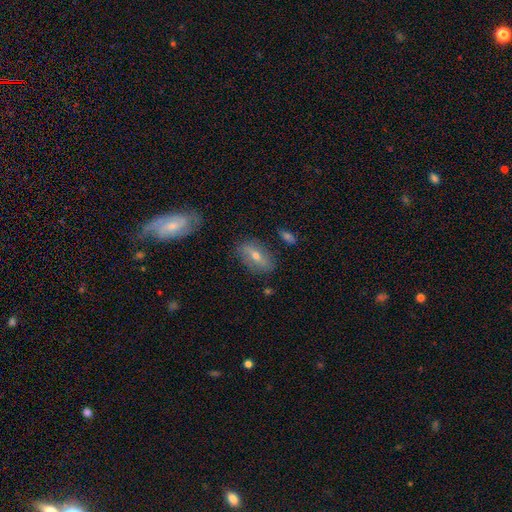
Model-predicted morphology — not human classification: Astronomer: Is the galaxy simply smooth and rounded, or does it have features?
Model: featured or disk — 48% (runner-up: smooth, 43%).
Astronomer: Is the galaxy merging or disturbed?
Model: none — 77%.